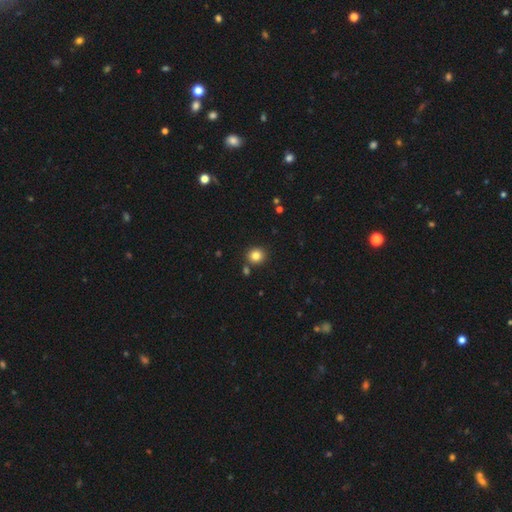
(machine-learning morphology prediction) A smooth galaxy with no disk features (83%) that is round (89%). Merging: none (85%).